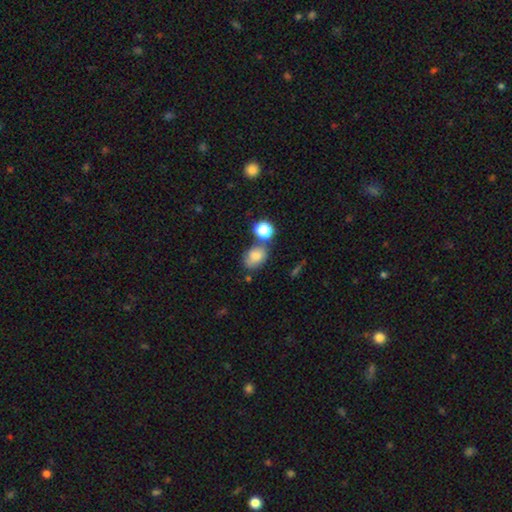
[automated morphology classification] This appears to be a smooth galaxy with no disk features (74%) that is in between round and cigar-shaped (70%). Merging: none (54%).